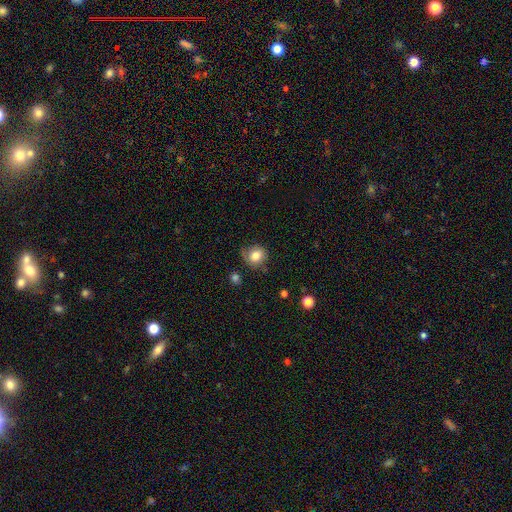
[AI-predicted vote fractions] This appears to be a smooth galaxy with no disk features (78%) that is round (80%). Merging: none (66%).